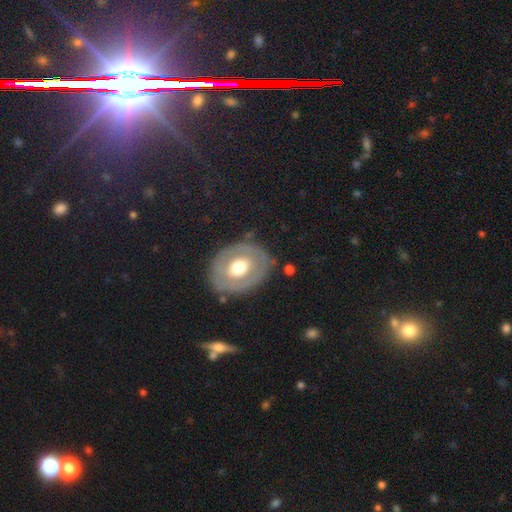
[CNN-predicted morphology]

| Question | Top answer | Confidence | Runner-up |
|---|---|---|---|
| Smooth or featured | featured or disk | 51% | smooth (28%) |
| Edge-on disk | no | 89% | yes (11%) |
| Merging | none | 81% | minor disturbance (11%) |